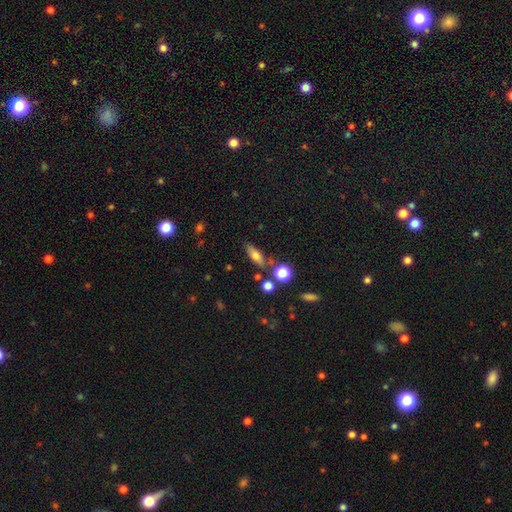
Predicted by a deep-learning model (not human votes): Overall: smooth (68%). How rounded: in between (59%; cigar-shaped 33%). Merging: none (73%).